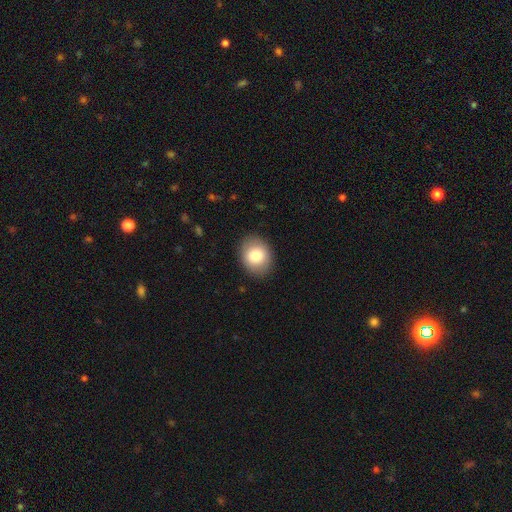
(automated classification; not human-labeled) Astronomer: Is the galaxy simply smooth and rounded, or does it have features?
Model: smooth — 81%.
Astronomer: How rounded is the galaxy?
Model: round — 50% (runner-up: in between, 49%).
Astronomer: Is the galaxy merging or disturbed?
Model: none — 88%.